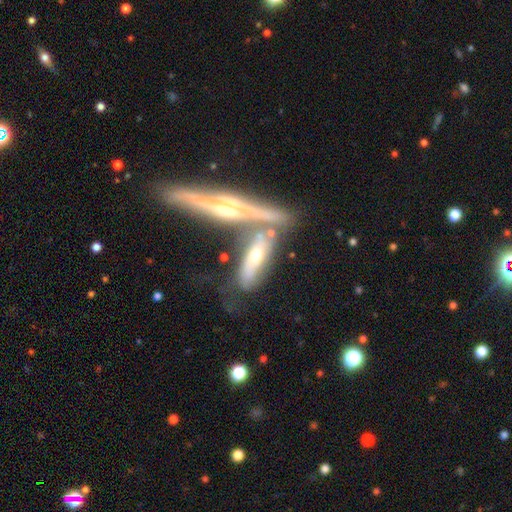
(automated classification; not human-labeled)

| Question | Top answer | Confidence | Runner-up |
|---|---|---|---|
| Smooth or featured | featured or disk | 56% | smooth (36%) |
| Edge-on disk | yes | 72% | no (28%) |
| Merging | merger | 45% | none (33%) |